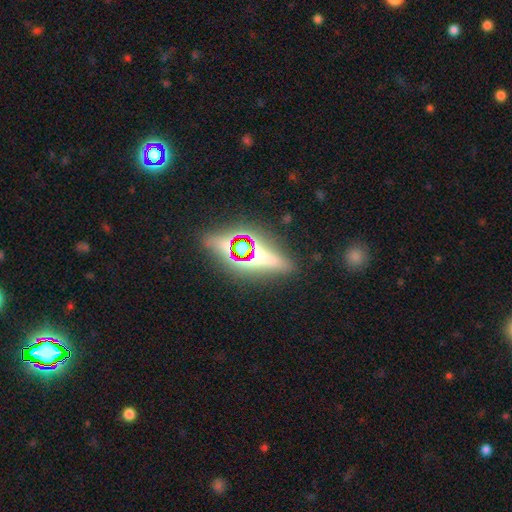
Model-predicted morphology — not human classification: Q: Smooth or featured?
A: star or artifact (50%); runner-up: smooth (30%)